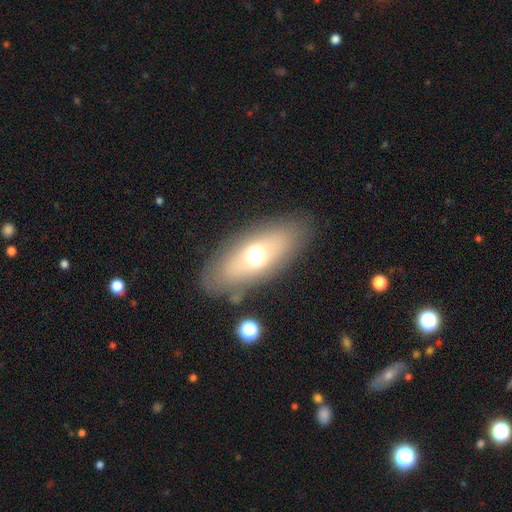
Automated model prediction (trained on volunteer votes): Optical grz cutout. It shows a smooth galaxy with no disk features (55%) that is in between round and cigar-shaped (77%). Merging: none (81%).